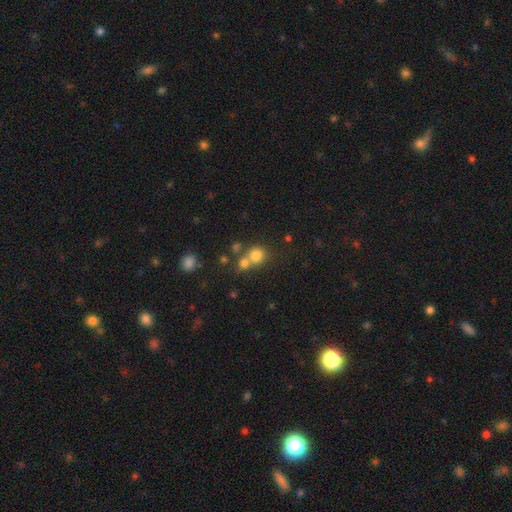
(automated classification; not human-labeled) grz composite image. It shows a smooth galaxy with no disk features (77%) that is round (88%). Merging: none (52%).